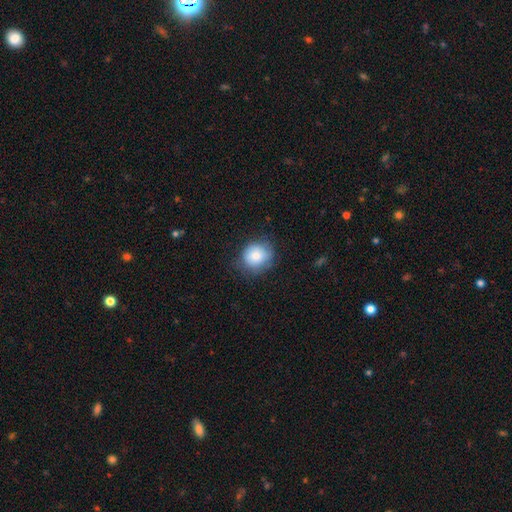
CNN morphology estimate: This is clearly a smooth galaxy (80%). How rounded: likely round (77%). Merging: likely none (71%).